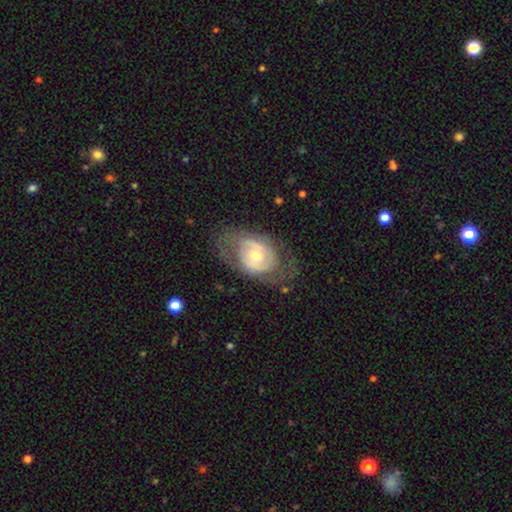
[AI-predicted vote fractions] smooth_or_featured: featured or disk (p=0.67) [alt: smooth p=0.27]
disk_edge_on: no (p=0.94) [alt: yes p=0.06]
bar: no (p=0.62) [alt: weak p=0.29]
has_spiral_arms: yes (p=0.58) [alt: no p=0.42]
bulge_size: moderate (p=0.65) [alt: small p=0.28]
merging: none (p=0.62) [alt: minor disturbance p=0.20]